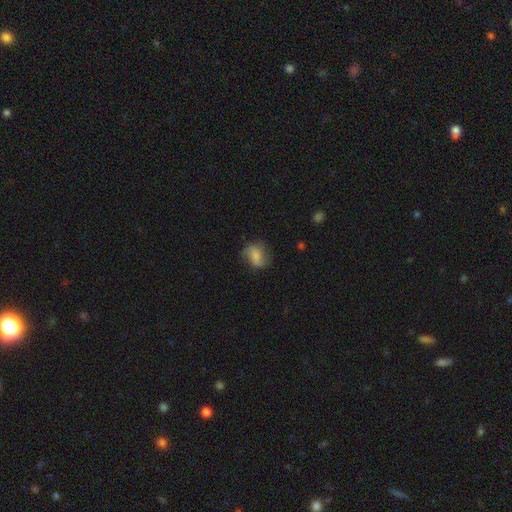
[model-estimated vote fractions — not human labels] Smooth or featured? Predicted: smooth (p=0.58). How rounded? Predicted: in between (p=0.54). Merging? Predicted: none (p=0.64).